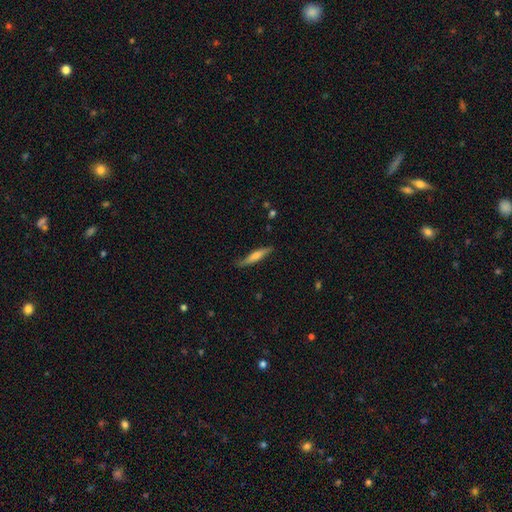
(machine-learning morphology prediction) Smooth or featured? Predicted: smooth (p=0.53). How rounded? Predicted: cigar-shaped (p=0.88). Merging? Predicted: none (p=0.78).